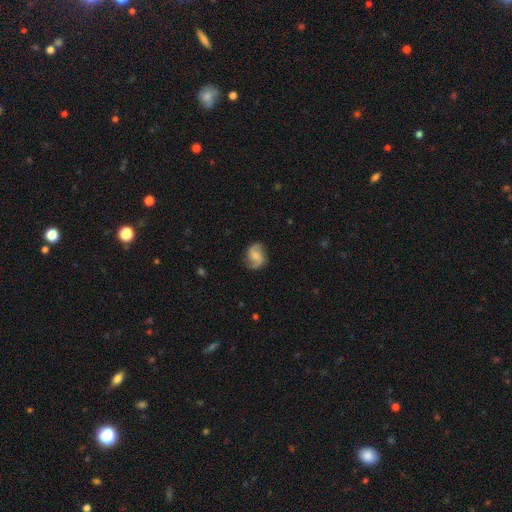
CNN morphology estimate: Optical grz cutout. It shows a featured or disk galaxy (70%) with a weak bar (44%, tied with no), 2 (91%) loose (51%) spiral arms (94%) and a small central bulge (42%). Merging: none (79%).